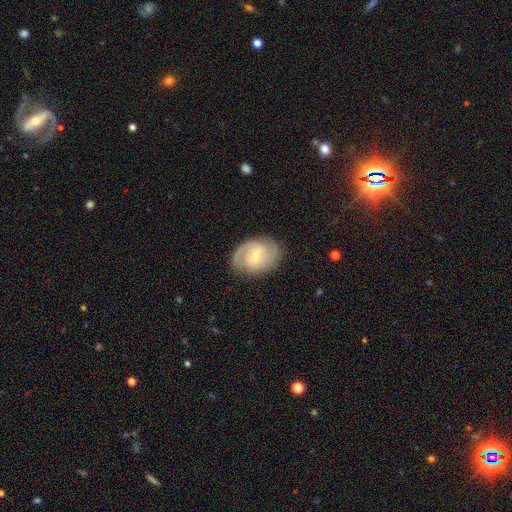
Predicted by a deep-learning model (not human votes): A featured or disk galaxy (70%) with a weak bar (53%), 2 (75%) medium (45%) spiral arms (90%) and a small central bulge (56%). Merging: none (80%).